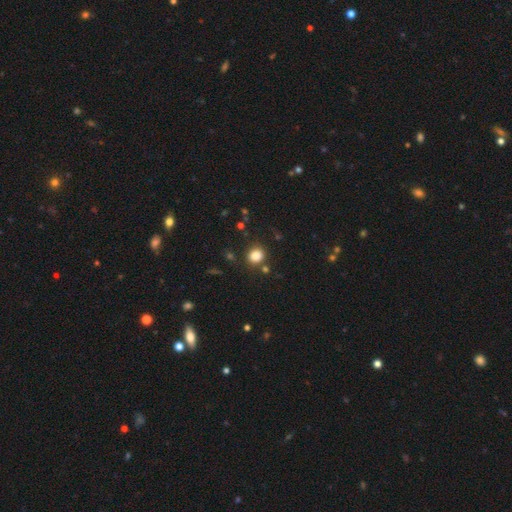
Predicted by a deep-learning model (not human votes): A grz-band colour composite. It shows a smooth galaxy with no disk features (85%) that is round (80%). Merging: none (82%).